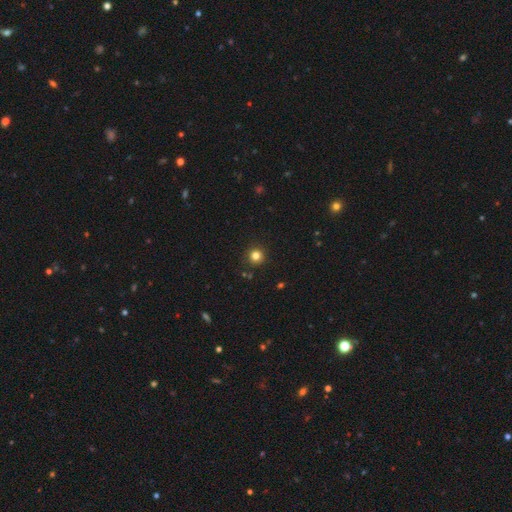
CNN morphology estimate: smooth 81%, star or artifact 14%, featured or disk 5%. Down the decision tree: how rounded — round (95%); merging — none (91%).